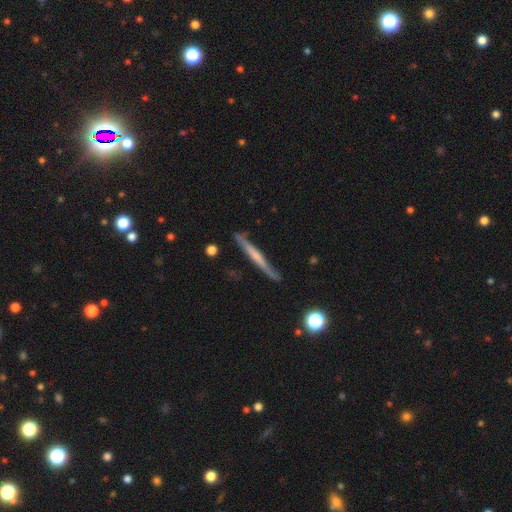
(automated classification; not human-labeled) This is possibly a featured or disk galaxy (57%). It is clearly viewed edge-on (94%). Edge-on bulge: likely none (63%). Merging: likely none (80%).